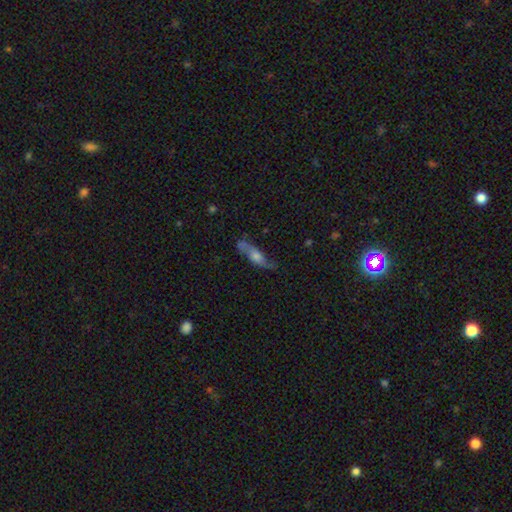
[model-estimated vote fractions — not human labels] Smooth or featured: featured or disk — 59% (smooth — 33%)
Edge-on disk: no — 58% (yes — 42%)
Merging: none — 67% (minor disturbance — 21%)